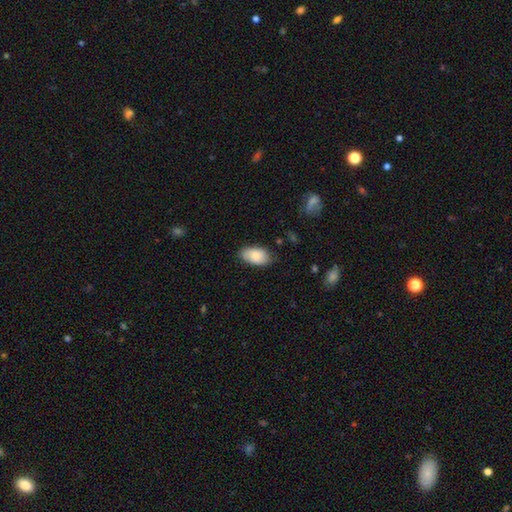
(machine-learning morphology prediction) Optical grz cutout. It shows a smooth galaxy with no disk features (80%) that is in between round and cigar-shaped (94%). Merging: none (74%).